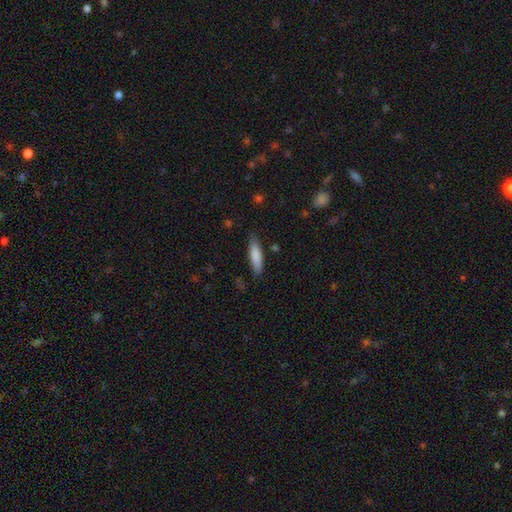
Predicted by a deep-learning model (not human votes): Smooth or featured? smooth (83%)
How rounded? cigar-shaped (70%)
Merging? none (81%)